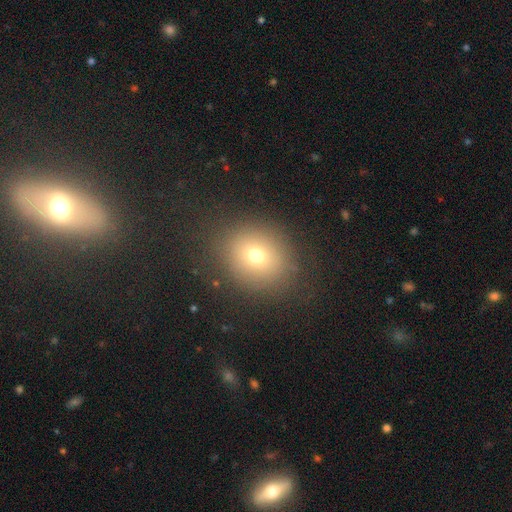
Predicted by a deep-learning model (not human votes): Morphology: type=smooth (70%); roundness=round (72%); merging=none (82%).